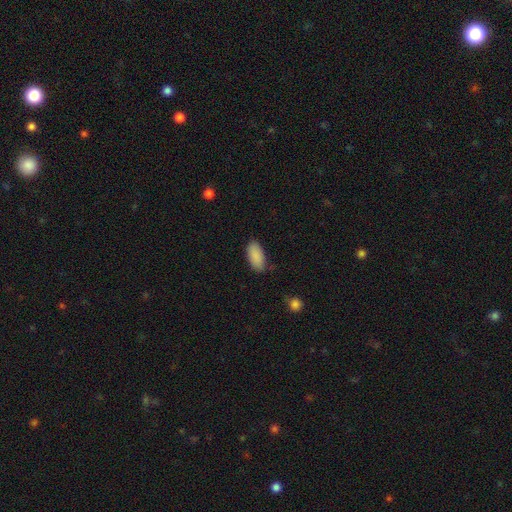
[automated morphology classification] This is clearly a smooth galaxy (90%). How rounded: clearly in between (92%). Merging: clearly none (80%).